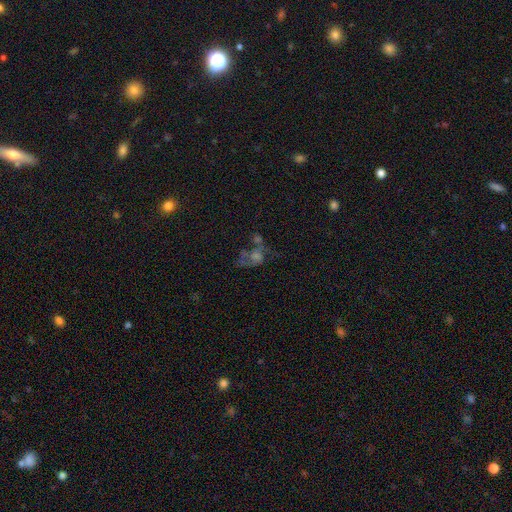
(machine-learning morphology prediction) This appears to be a featured or disk galaxy (46%). Merging: none (31%).